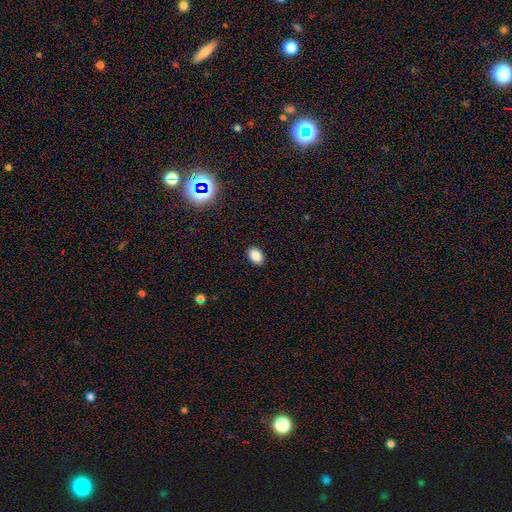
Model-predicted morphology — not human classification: Overall: smooth (86%). How rounded: in between (79%). Merging: none (88%).